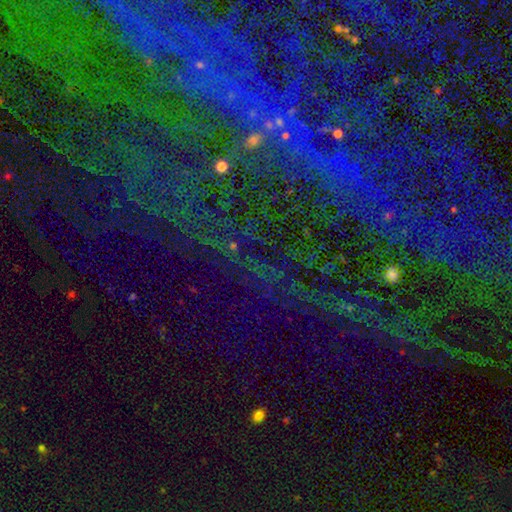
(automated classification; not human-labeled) Overall: star or artifact (74%).